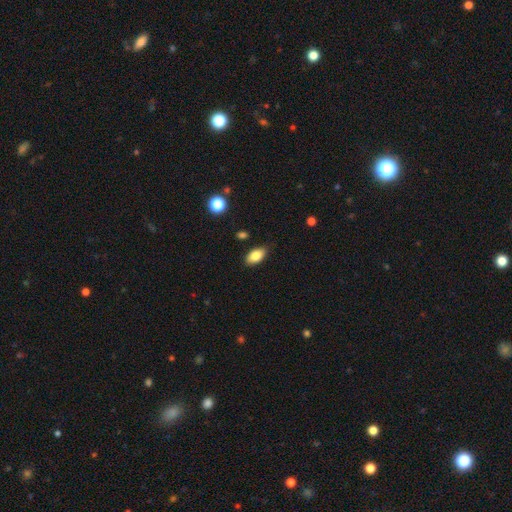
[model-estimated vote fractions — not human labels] A smooth galaxy with no disk features (84%) that is in between round and cigar-shaped (91%).

Vote fractions:
- Smooth or featured? smooth: 84% / featured or disk: 8% / star or artifact: 8%
- How rounded? in between: 91% / round: 5% / cigar-shaped: 4%
- Merging? none: 85% / minor disturbance: 11% / major disturbance: 2% / merger: 2%